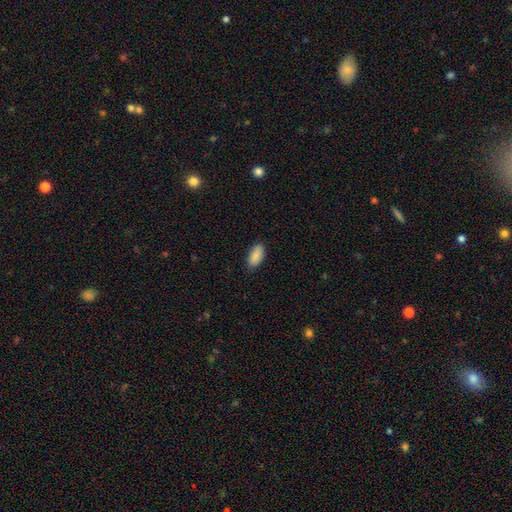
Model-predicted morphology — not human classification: Smooth or featured? Predicted: smooth (p=0.90). How rounded? Predicted: in between (p=0.91). Merging? Predicted: none (p=0.84).